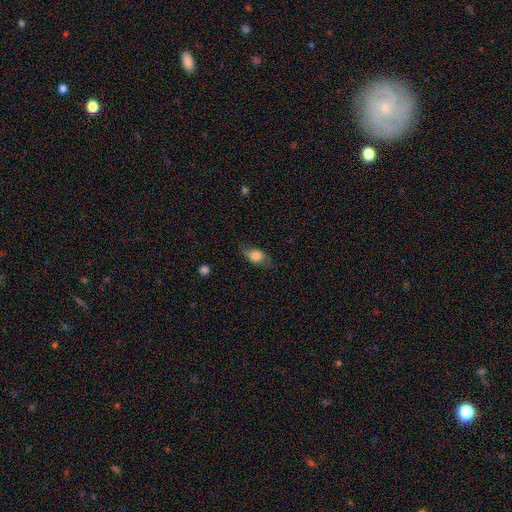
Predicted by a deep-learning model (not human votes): Smooth or featured? Predicted: smooth (p=0.69). How rounded? Predicted: in between (p=0.78). Merging? Predicted: none (p=0.67).